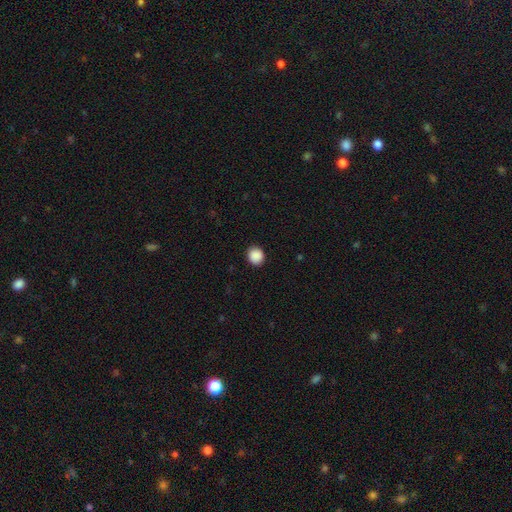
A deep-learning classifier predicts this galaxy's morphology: Q: Smooth or featured?
A: smooth (89%); runner-up: star or artifact (9%)
Q: How rounded?
A: round (87%); runner-up: in between (12%)
Q: Merging?
A: none (91%); runner-up: minor disturbance (7%)